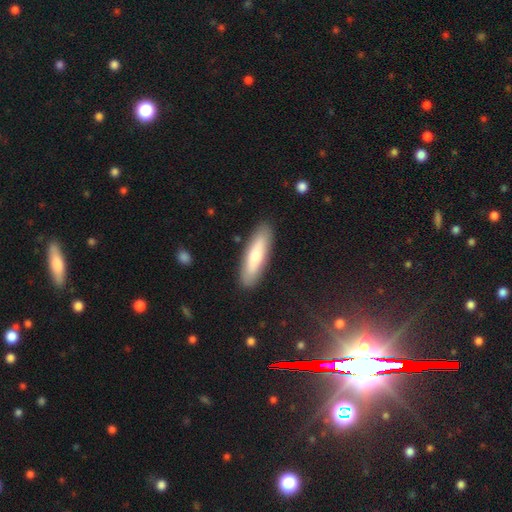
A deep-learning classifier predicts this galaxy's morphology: type=smooth (67%); roundness=cigar-shaped (63%); merging=none (88%).